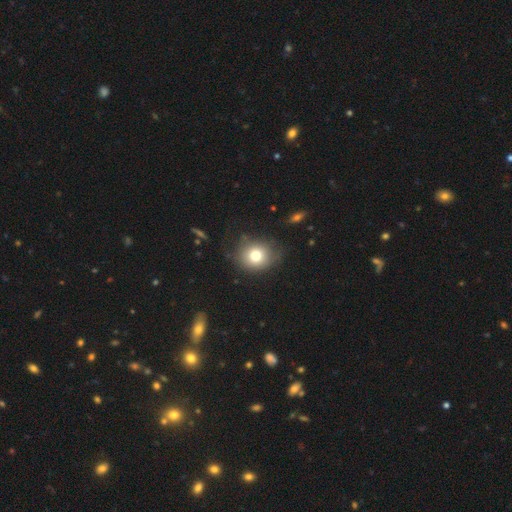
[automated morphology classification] Overall: smooth (75%). How rounded: round (77%). Merging: none (73%).